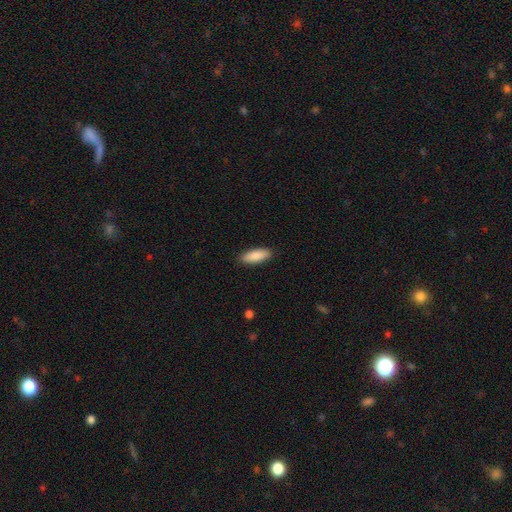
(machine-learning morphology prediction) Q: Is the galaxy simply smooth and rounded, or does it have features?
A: smooth — 89%.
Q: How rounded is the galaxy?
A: in between — 69%.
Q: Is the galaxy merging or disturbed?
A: none — 90%.